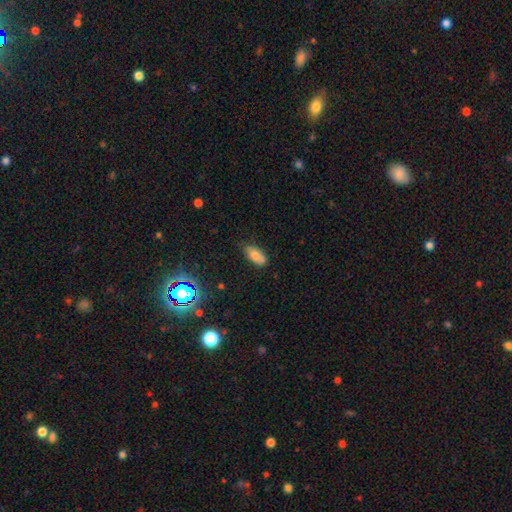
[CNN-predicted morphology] Smooth or featured? smooth (77%)
How rounded? in between (88%)
Merging? none (69%)